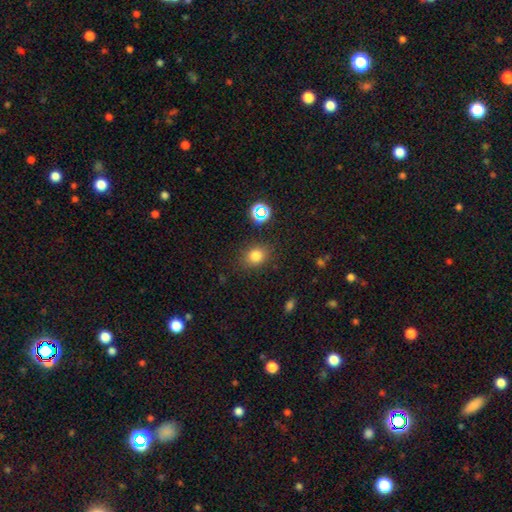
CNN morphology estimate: Smooth or featured?
  - smooth: 78% *
  - star or artifact: 15%
  - featured or disk: 6%
How rounded?
  - round: 62% *
  - in between: 37%
  - cigar-shaped: 1%
Merging?
  - none: 84% *
  - minor disturbance: 10%
  - major disturbance: 4%
  - merger: 2%